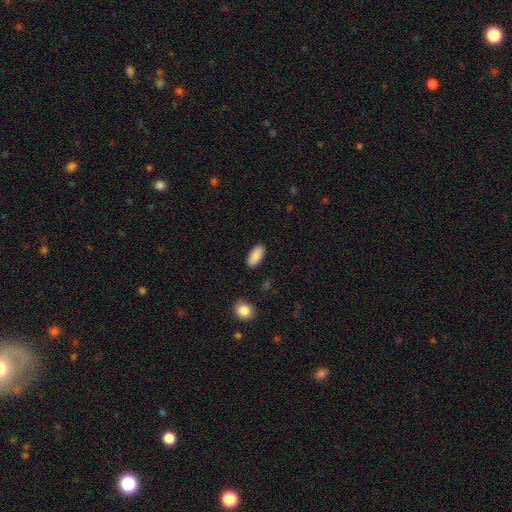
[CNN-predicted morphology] Smooth or featured?
  - smooth: 89% *
  - star or artifact: 7%
  - featured or disk: 4%
How rounded?
  - in between: 89% *
  - cigar-shaped: 9%
  - round: 2%
Merging?
  - none: 88% *
  - minor disturbance: 8%
  - major disturbance: 2%
  - merger: 1%